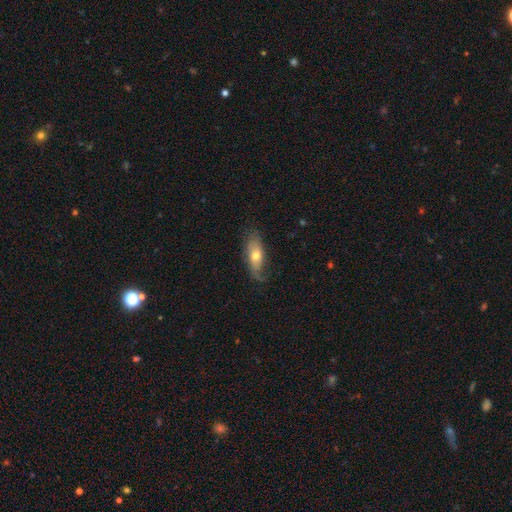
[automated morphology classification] type=smooth (50%); merging=none (57%).